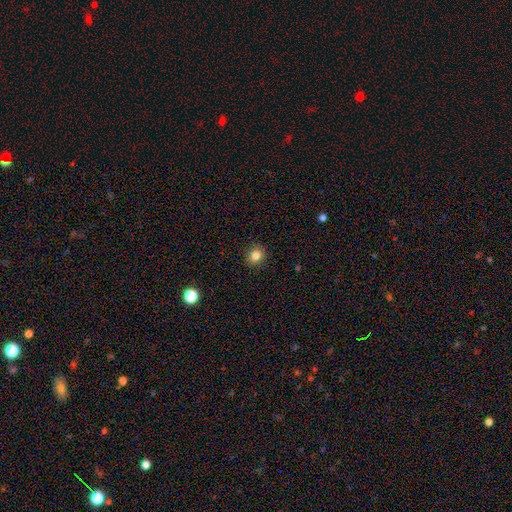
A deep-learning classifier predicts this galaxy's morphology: Smooth or featured?
  - smooth: 83% *
  - star or artifact: 12%
  - featured or disk: 5%
How rounded?
  - round: 76% *
  - in between: 23%
  - cigar-shaped: 1%
Merging?
  - none: 90% *
  - minor disturbance: 7%
  - major disturbance: 2%
  - merger: 1%